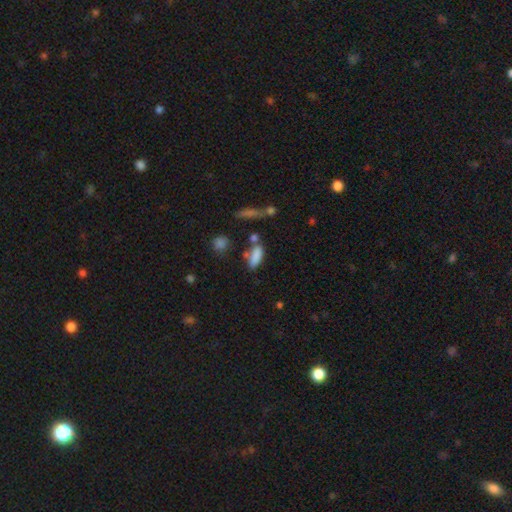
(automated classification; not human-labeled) Smooth or featured? Predicted: smooth (p=0.80). How rounded? Predicted: in between (p=0.65). Merging? Predicted: none (p=0.55).